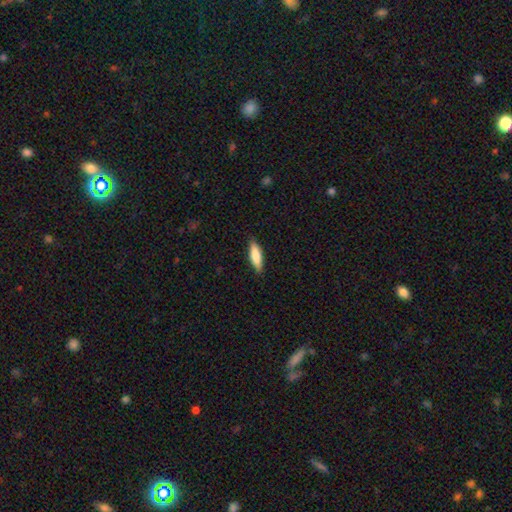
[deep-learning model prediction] Morphology: type=smooth (80%); roundness=cigar-shaped (58%); merging=none (87%).